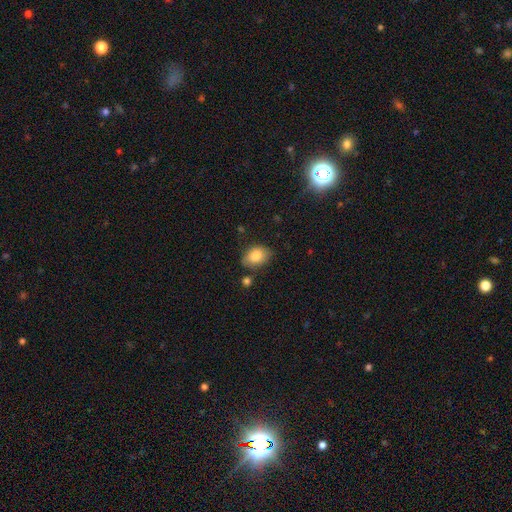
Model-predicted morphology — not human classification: Smooth or featured? smooth (84%)
How rounded? in between (81%)
Merging? none (70%)